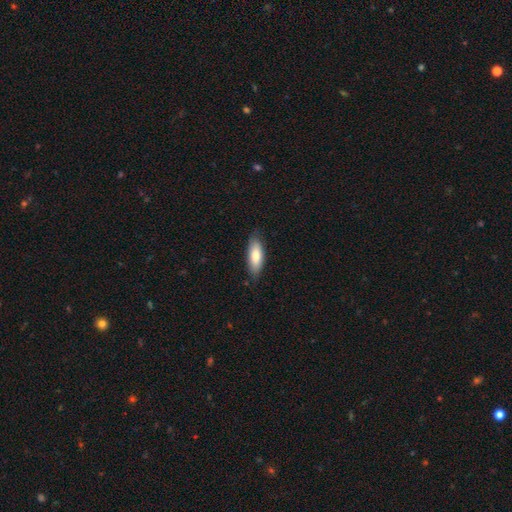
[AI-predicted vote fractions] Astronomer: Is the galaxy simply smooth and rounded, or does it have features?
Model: smooth — 78%.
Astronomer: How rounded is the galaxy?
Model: in between — 65%.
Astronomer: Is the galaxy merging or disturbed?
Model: none — 82%.